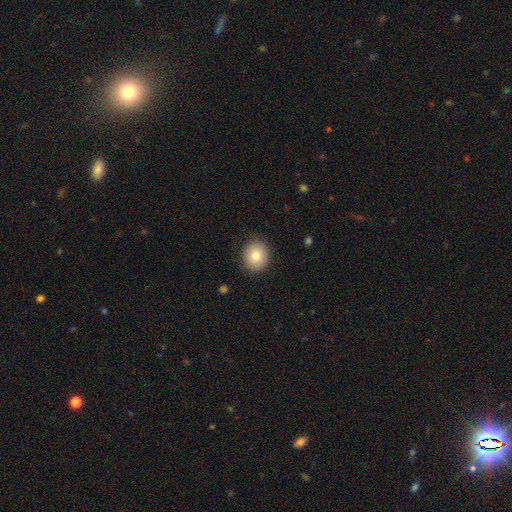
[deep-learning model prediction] smooth_or_featured: smooth (p=0.81) [alt: featured or disk p=0.10]
how_rounded: round (p=0.75) [alt: in between p=0.24]
merging: none (p=0.88) [alt: minor disturbance p=0.09]